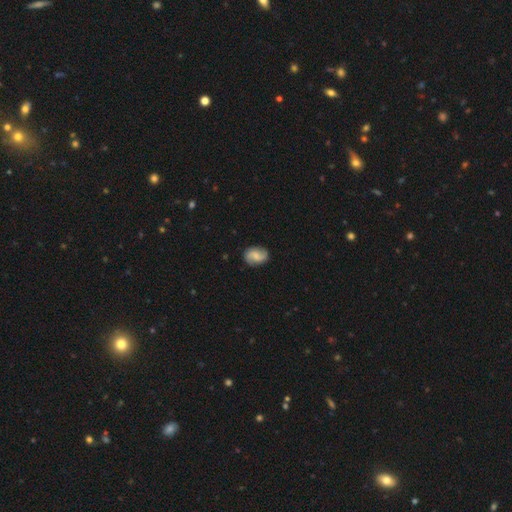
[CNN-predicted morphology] A featured or disk galaxy (50%).

Vote fractions:
- Smooth or featured? featured or disk: 50% / smooth: 42% / star or artifact: 8%
- Edge-on disk? no: 97% / yes: 3%
- Merging? none: 82% / minor disturbance: 13% / major disturbance: 3% / merger: 1%